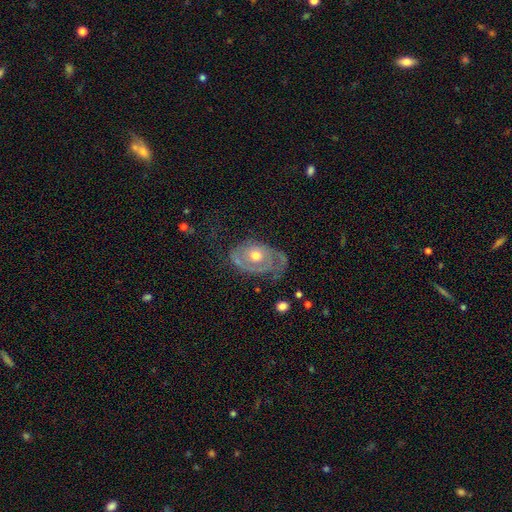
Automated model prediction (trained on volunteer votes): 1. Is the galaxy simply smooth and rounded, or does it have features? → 72% featured or disk, 22% smooth, 6% star or artifact.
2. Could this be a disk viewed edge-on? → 95% no, 5% yes.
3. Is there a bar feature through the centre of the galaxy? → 85% no, 13% weak, 3% strong.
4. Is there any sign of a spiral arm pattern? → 70% yes, 30% no.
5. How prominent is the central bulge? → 73% moderate, 19% small, 5% large, 1% none, 1% dominant.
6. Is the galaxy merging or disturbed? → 46% none, 28% minor disturbance, 24% major disturbance, 3% merger.